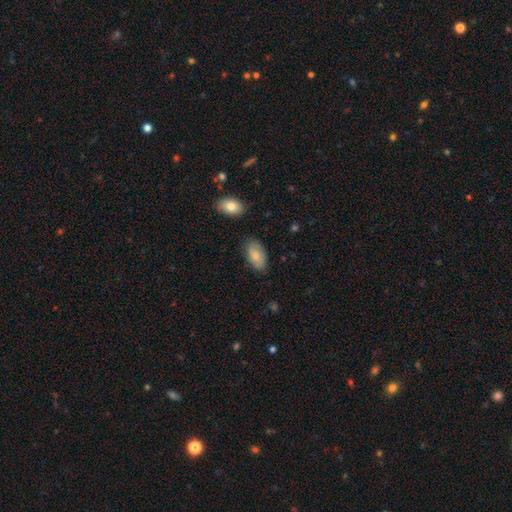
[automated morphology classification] Q: Smooth or featured?
A: smooth (80%); runner-up: featured or disk (14%)
Q: How rounded?
A: in between (94%); runner-up: round (3%)
Q: Merging?
A: none (79%); runner-up: minor disturbance (16%)